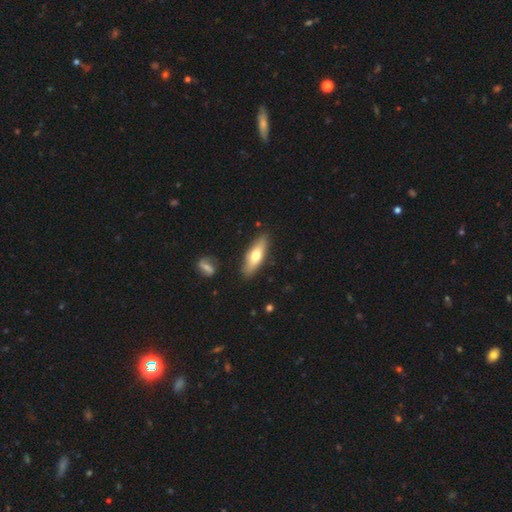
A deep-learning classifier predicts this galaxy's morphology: type=smooth (57%); roundness=in between (51%); merging=none (84%).